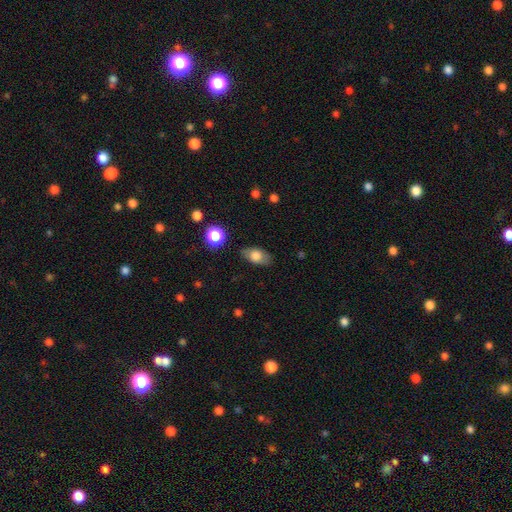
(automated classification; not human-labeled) A smooth galaxy with no disk features (73%) that is in between round and cigar-shaped (87%). Merging: none (80%).